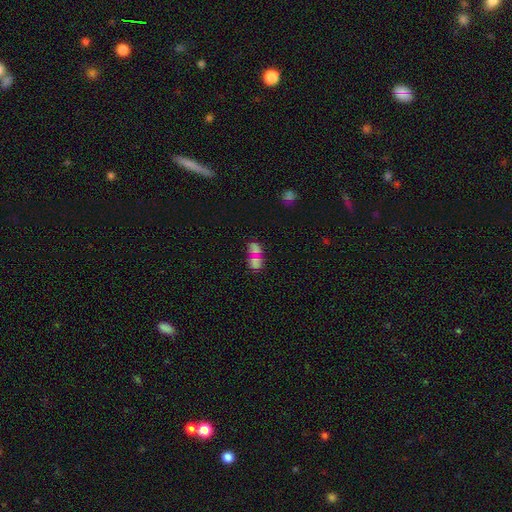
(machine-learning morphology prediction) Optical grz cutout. It shows a smooth galaxy with no disk features (59%) that is in between round and cigar-shaped (64%). Merging: none (44%).